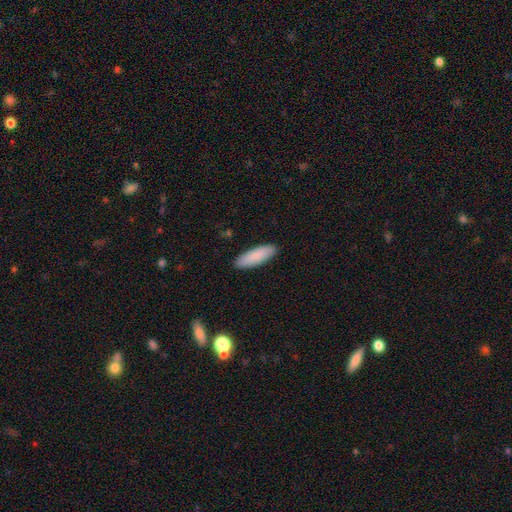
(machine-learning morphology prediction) Smooth or featured: smooth — 88% (featured or disk — 6%)
How rounded: in between — 51% (cigar-shaped — 48%)
Merging: none — 90% (minor disturbance — 8%)